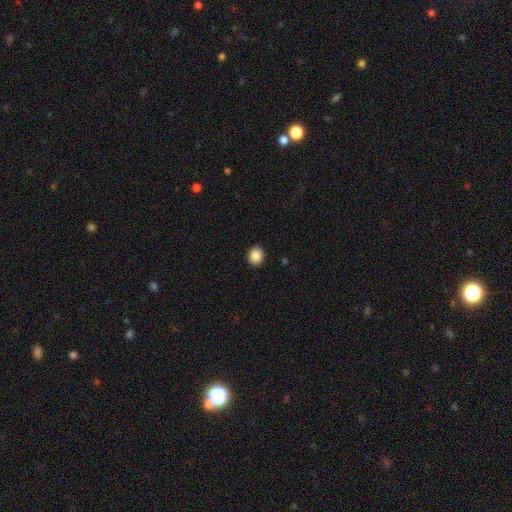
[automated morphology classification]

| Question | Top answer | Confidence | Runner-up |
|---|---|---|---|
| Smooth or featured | smooth | 88% | star or artifact (9%) |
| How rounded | round | 85% | in between (14%) |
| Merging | none | 93% | minor disturbance (5%) |